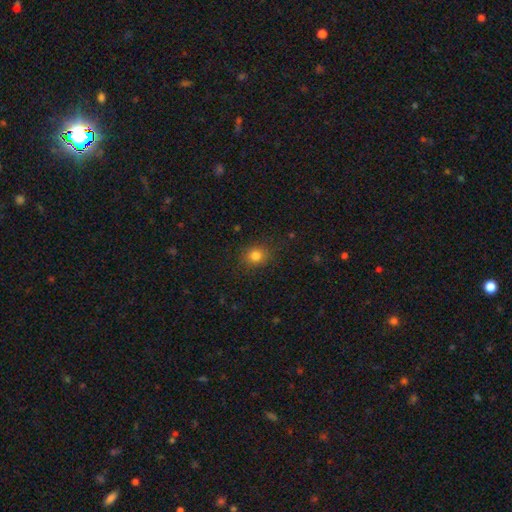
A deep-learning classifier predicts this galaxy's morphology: Smooth or featured: smooth — 82% (star or artifact — 13%)
How rounded: round — 75% (in between — 24%)
Merging: none — 86% (minor disturbance — 10%)